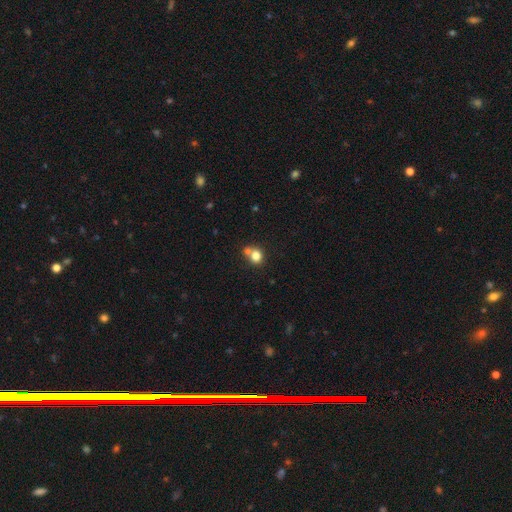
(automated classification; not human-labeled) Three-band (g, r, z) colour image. It shows a smooth galaxy with no disk features (79%) that is round (76%). Merging: none (48%).